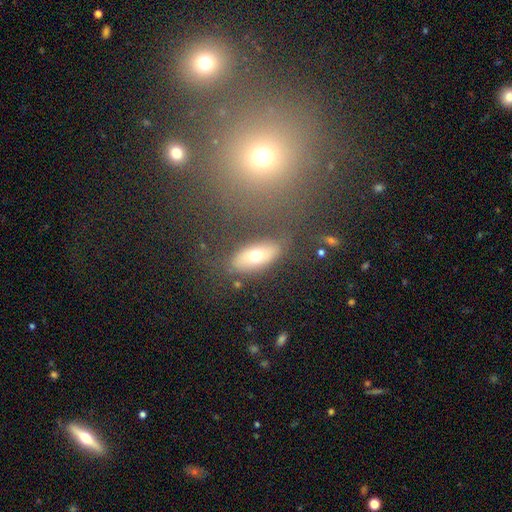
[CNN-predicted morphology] A smooth galaxy with no disk features (61%) that is in between round and cigar-shaped (82%). Merging: none (72%).